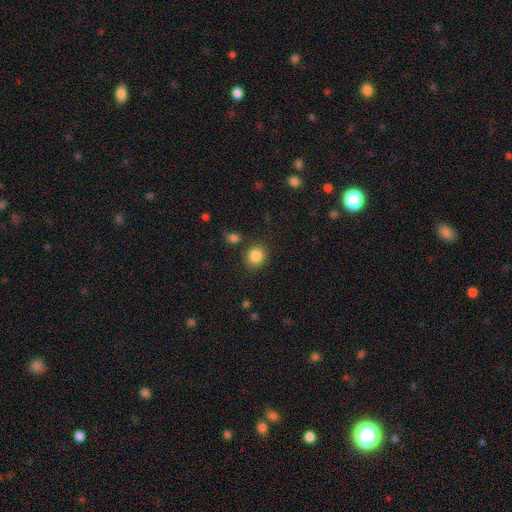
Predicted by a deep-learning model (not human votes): Overall: smooth (86%). How rounded: round (72%). Merging: none (82%).